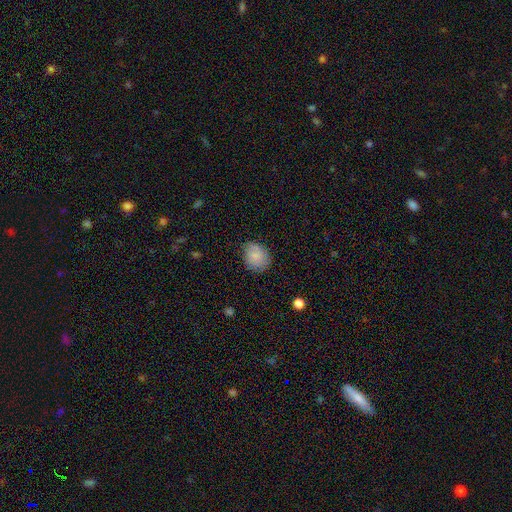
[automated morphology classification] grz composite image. It shows a smooth galaxy with no disk features (74%) that is round (59%). Merging: none (72%).